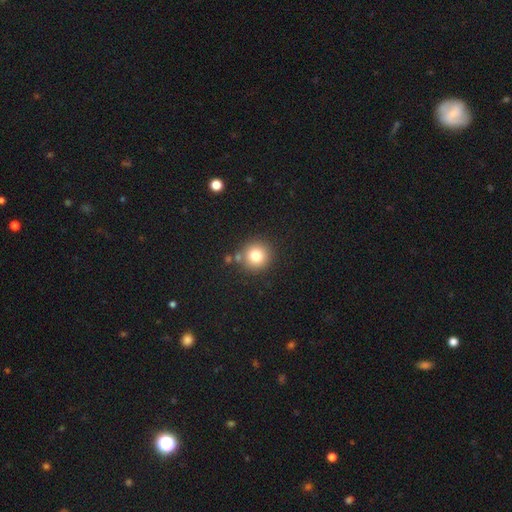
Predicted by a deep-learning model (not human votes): smooth 80%, star or artifact 12%, featured or disk 8%. Down the decision tree: how rounded — round (93%); merging — none (82%).